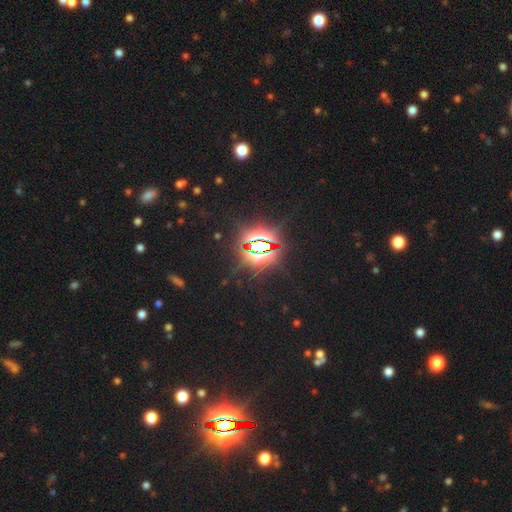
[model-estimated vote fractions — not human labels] Overall: star or artifact (85%).